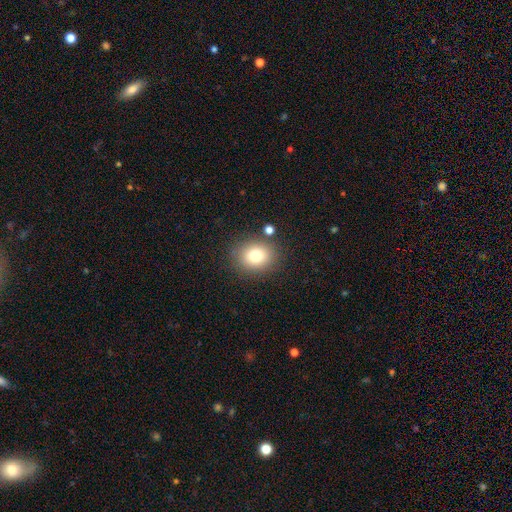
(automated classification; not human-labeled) smooth 78%, star or artifact 12%, featured or disk 10%. Down the decision tree: how rounded — round (66%); merging — none (83%).